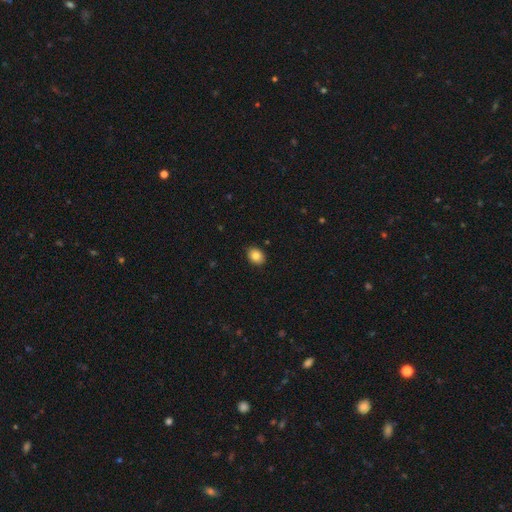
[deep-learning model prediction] Smooth or featured? smooth (84%)
How rounded? in between (60%)
Merging? none (88%)